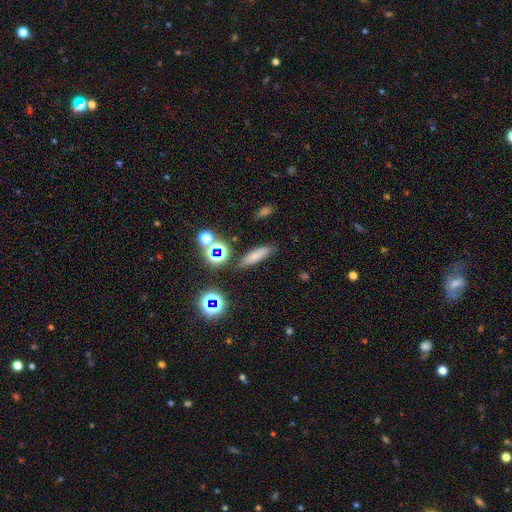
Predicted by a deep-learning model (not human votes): Morphology: type=smooth (70%); roundness=cigar-shaped (62%); merging=none (80%).